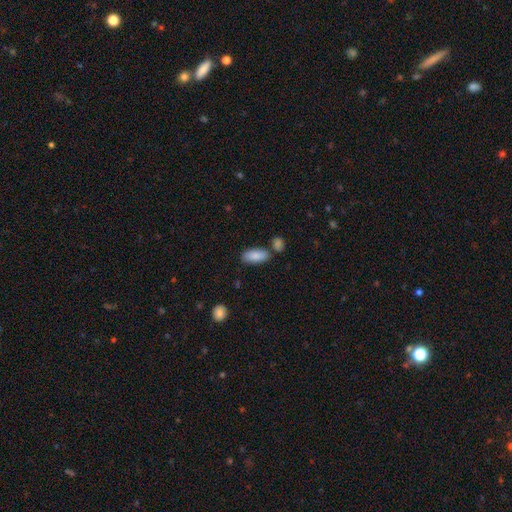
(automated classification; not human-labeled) Smooth or featured: smooth — 87% (featured or disk — 7%)
How rounded: in between — 87% (cigar-shaped — 11%)
Merging: none — 72% (minor disturbance — 14%)